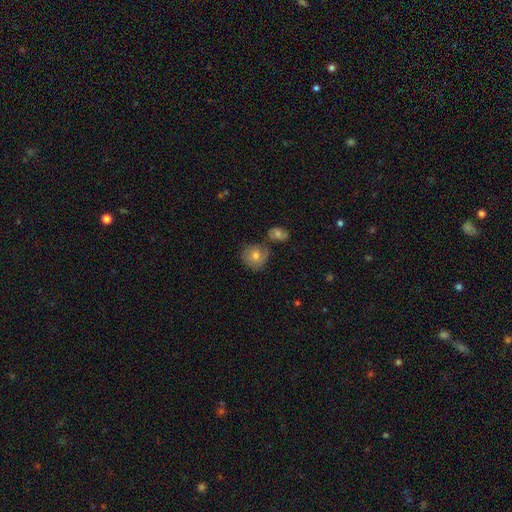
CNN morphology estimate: smooth-or-featured: smooth: 70% | featured or disk: 22% | star or artifact: 8%
  how-rounded: round: 85% | in between: 14% | cigar-shaped: 1%
  merging: none: 59% | merger: 18% | minor disturbance: 18% | major disturbance: 5%